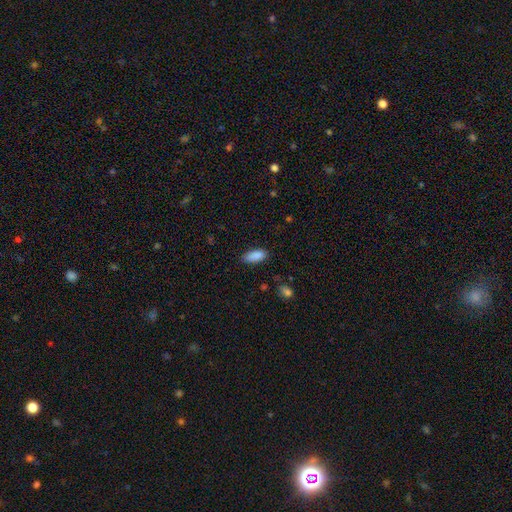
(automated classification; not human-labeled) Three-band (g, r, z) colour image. It shows a smooth galaxy with no disk features (89%) that is in between round and cigar-shaped (84%). Merging: none (82%).